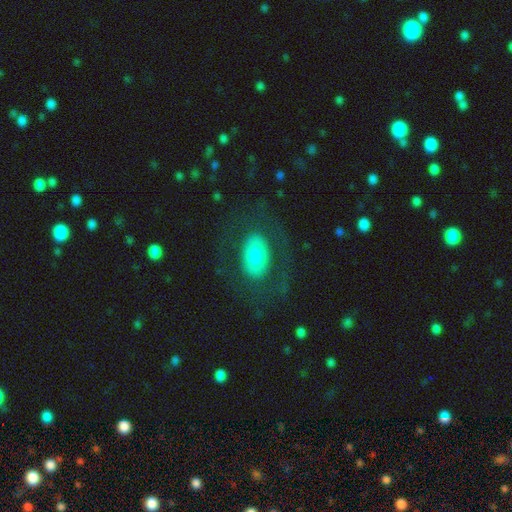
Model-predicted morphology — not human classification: smooth 59%, featured or disk 34%, star or artifact 7%. Down the decision tree: how rounded — in between (87%); merging — none (72%).